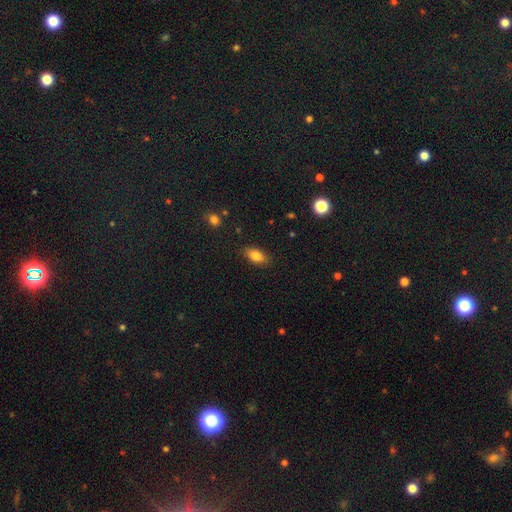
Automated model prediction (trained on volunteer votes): Smooth or featured: smooth — 82% (featured or disk — 10%)
How rounded: in between — 86% (round — 8%)
Merging: none — 85% (minor disturbance — 11%)